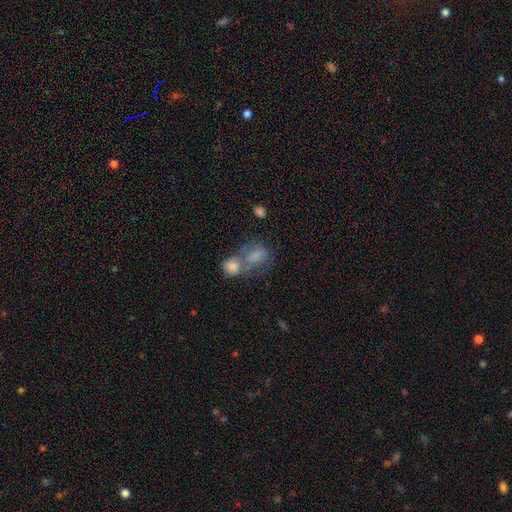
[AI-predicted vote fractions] smooth-or-featured: smooth: 71% | featured or disk: 17% | star or artifact: 12%
  how-rounded: in between: 62% | round: 35% | cigar-shaped: 2%
  merging: merger: 55% | none: 23% | minor disturbance: 11% | major disturbance: 11%